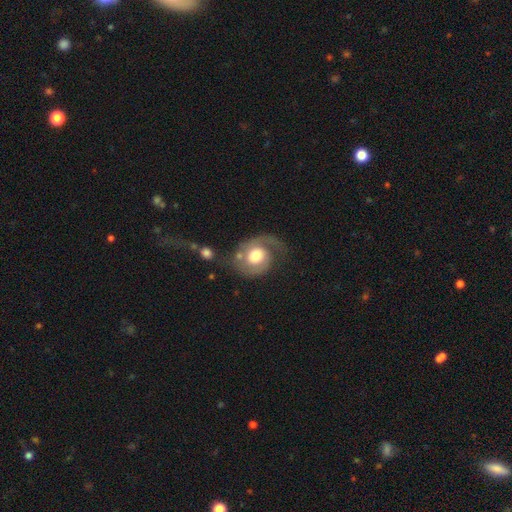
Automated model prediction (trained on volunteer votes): featured or disk 75%, smooth 20%, star or artifact 6%. Down the decision tree: edge-on disk — no (98%); bar — no (73%); spiral arms — yes (91%); spiral arm count — 2 (62%); spiral winding — medium (45%); bulge size — moderate (57%); merging — none (52%).